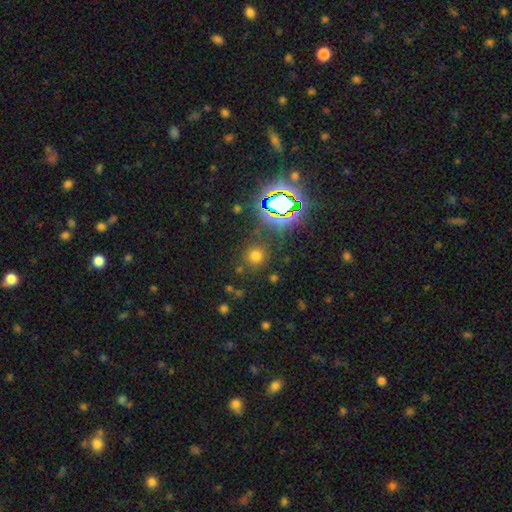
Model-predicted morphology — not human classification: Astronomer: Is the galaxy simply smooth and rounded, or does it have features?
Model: smooth — 65%.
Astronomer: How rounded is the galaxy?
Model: round — 90%.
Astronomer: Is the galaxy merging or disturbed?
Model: none — 83%.